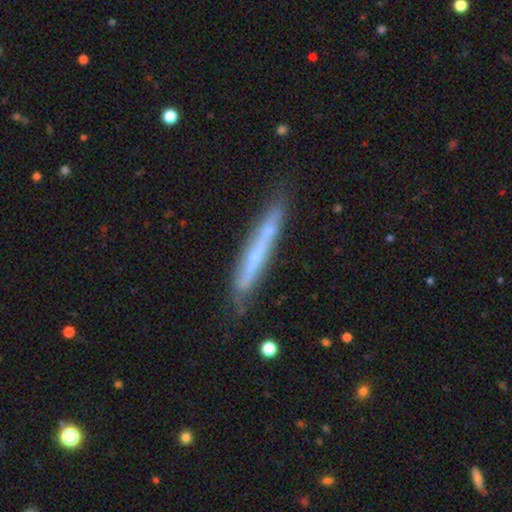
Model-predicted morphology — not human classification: Smooth or featured? Predicted: featured or disk (p=0.58). Edge-on disk? Predicted: yes (p=0.84). Merging? Predicted: none (p=0.74).